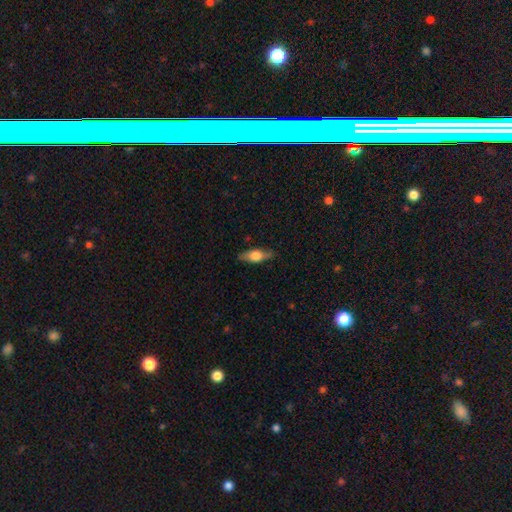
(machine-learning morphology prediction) A smooth galaxy with no disk features (57%) that is in between round and cigar-shaped (65%). Merging: none (84%).